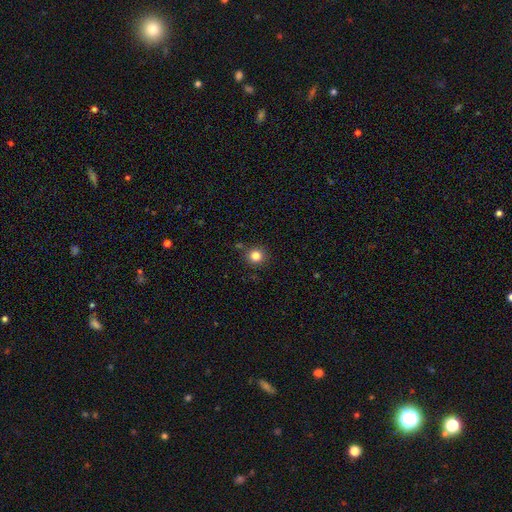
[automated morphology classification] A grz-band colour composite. It shows a smooth galaxy with no disk features (83%) that is round (93%). Merging: none (87%).